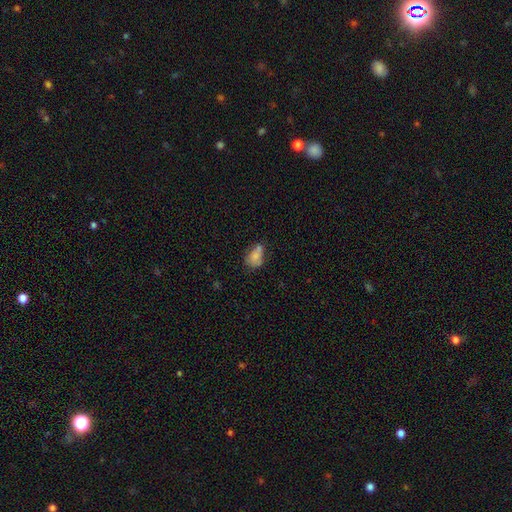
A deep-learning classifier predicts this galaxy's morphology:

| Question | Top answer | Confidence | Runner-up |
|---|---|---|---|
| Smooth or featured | smooth | 71% | featured or disk (19%) |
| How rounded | in between | 72% | round (26%) |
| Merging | none | 36% | merger (30%) |